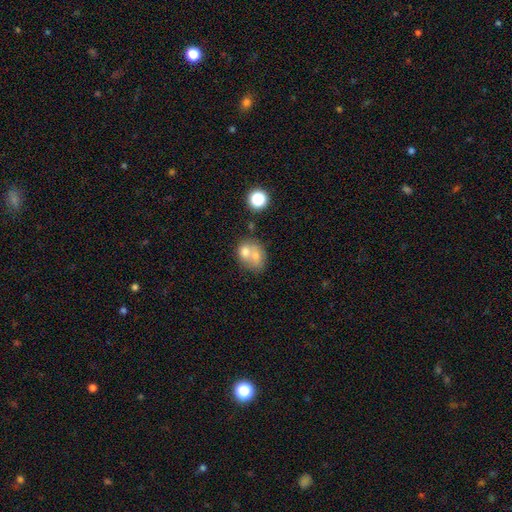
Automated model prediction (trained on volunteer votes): This appears to be a smooth galaxy with no disk features (65%) that is in between round and cigar-shaped (52%). Merging: merger (62%).